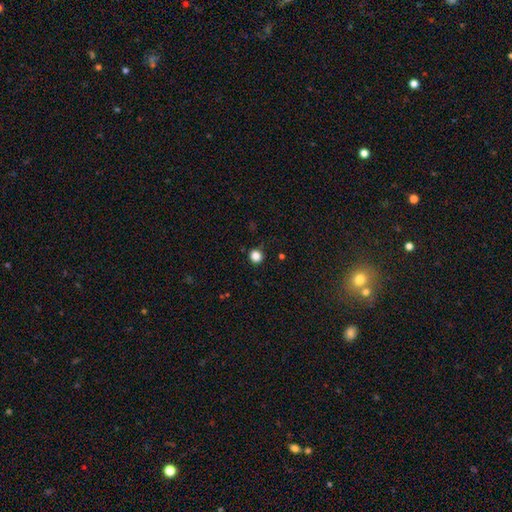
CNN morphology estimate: This is clearly a smooth galaxy (84%). How rounded: clearly round (93%). Merging: clearly none (90%).